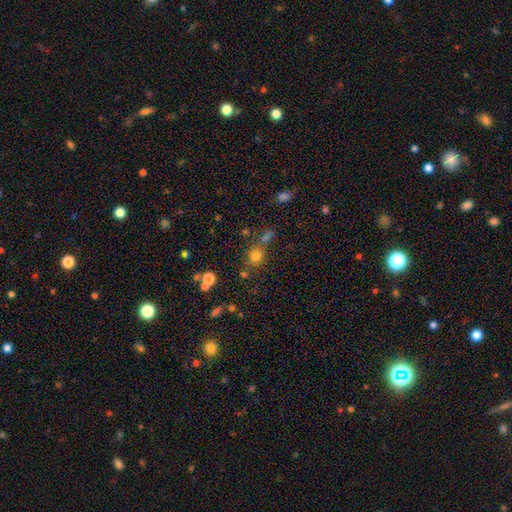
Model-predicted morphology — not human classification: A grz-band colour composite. It shows a smooth galaxy with no disk features (75%) that is round (84%). Merging: none (67%).